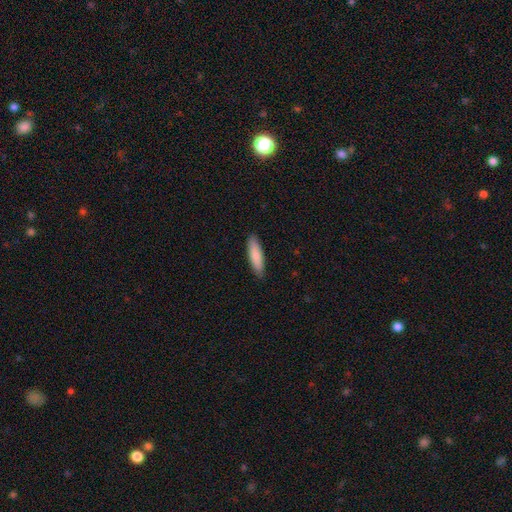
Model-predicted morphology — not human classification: type=smooth (83%); roundness=cigar-shaped (66%); merging=none (89%).